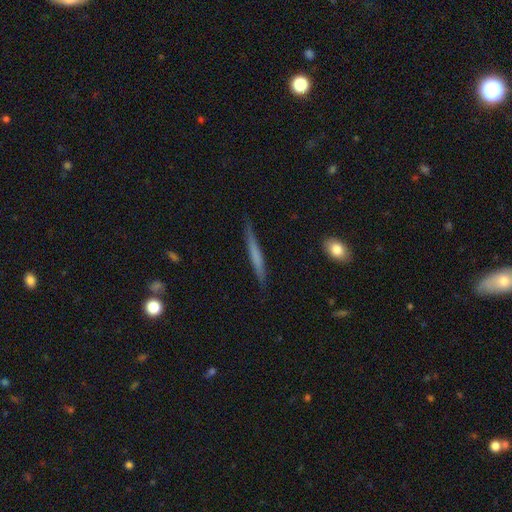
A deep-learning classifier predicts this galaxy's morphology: smooth-or-featured: smooth: 54% | featured or disk: 40% | star or artifact: 6%
  how-rounded: cigar-shaped: 96% | in between: 2% | round: 2%
  merging: none: 85% | minor disturbance: 11% | major disturbance: 2% | merger: 1%